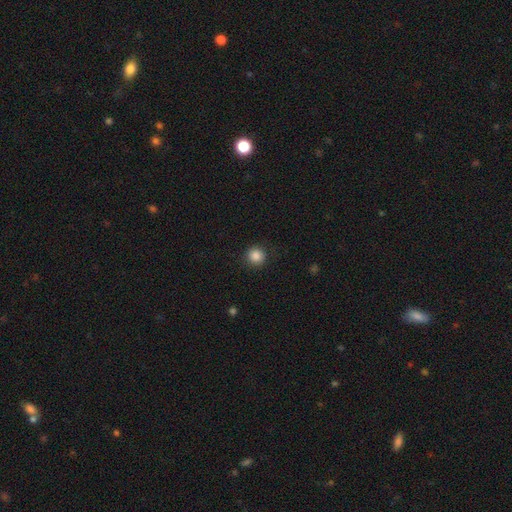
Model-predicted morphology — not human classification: Q: Smooth or featured?
A: smooth (86%); runner-up: star or artifact (10%)
Q: How rounded?
A: round (93%); runner-up: in between (6%)
Q: Merging?
A: none (89%); runner-up: minor disturbance (7%)